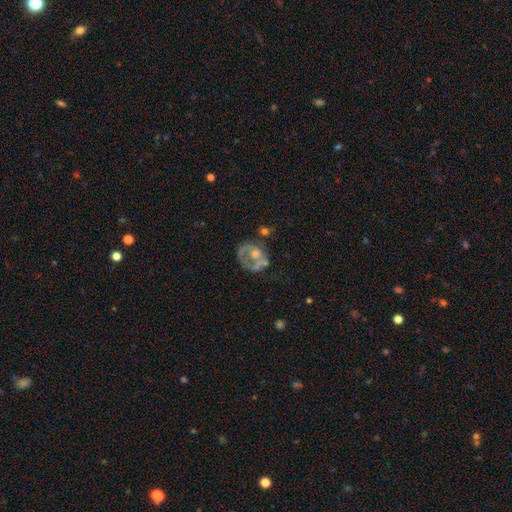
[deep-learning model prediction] A featured or disk galaxy (56%) with no bar (86%), no spiral arms (79%) and a moderate central bulge (52%). Merging: none (40%).